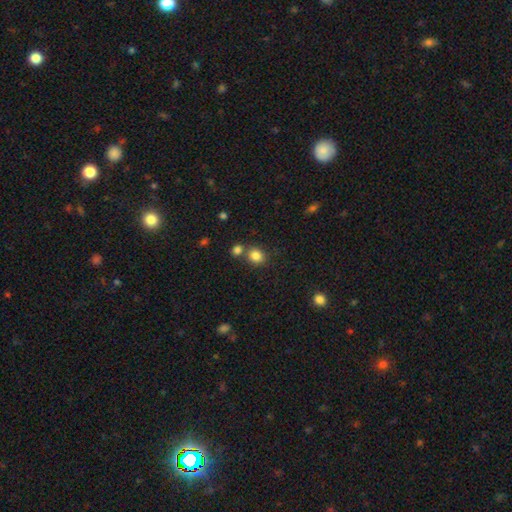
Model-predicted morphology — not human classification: Overall: smooth (84%). How rounded: round (71%). Merging: none (64%).